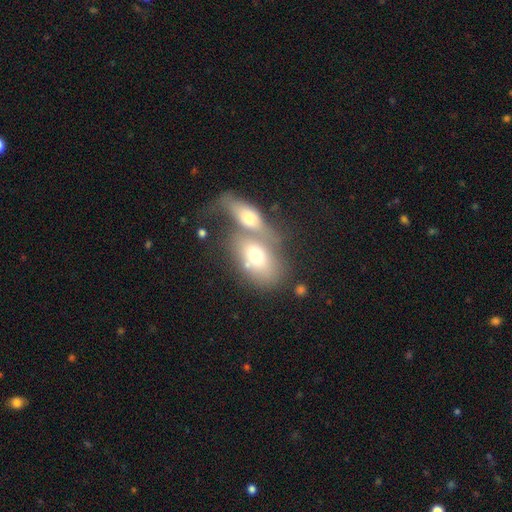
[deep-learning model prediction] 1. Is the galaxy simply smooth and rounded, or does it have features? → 62% smooth, 30% featured or disk, 8% star or artifact.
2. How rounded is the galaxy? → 84% in between, 11% round, 5% cigar-shaped.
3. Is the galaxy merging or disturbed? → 64% merger, 20% none, 8% minor disturbance, 8% major disturbance.